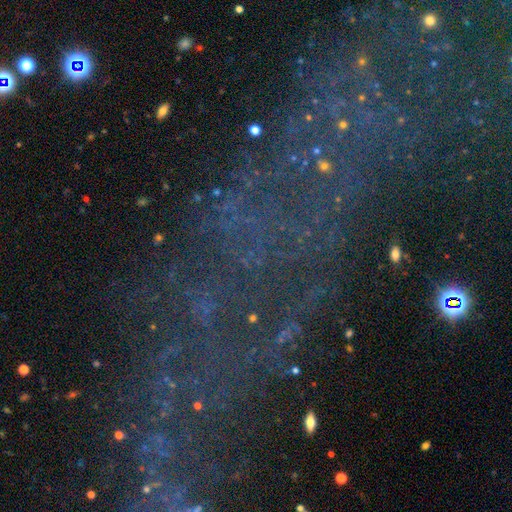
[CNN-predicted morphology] smooth_or_featured: star or artifact (p=0.63) [alt: featured or disk p=0.21]